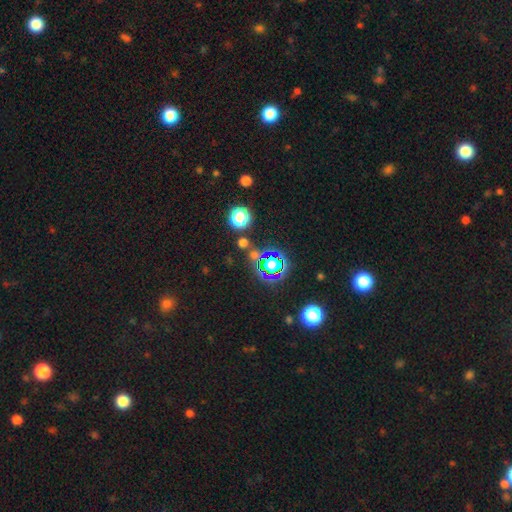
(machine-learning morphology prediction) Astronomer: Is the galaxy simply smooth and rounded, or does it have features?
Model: star or artifact — 71%.